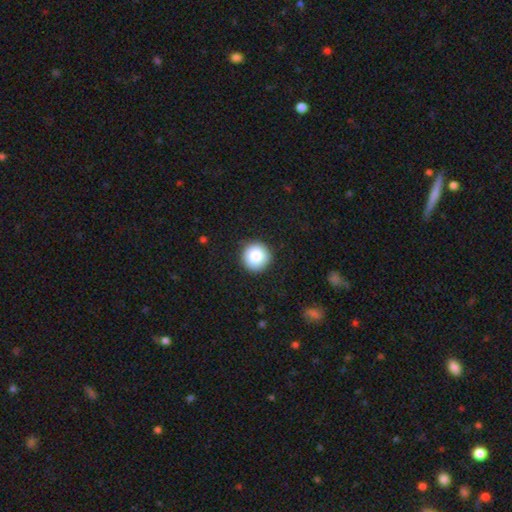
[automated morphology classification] The model was most divided on "smooth or featured": smooth: 85%, star or artifact: 8%, featured or disk: 7%. More confident: how rounded — round (96%); merging — none (91%).